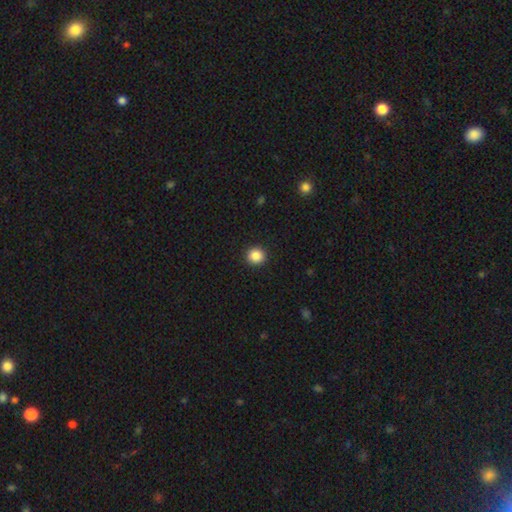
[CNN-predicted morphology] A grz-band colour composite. It shows a smooth galaxy with no disk features (87%) that is round (90%). Merging: none (93%).